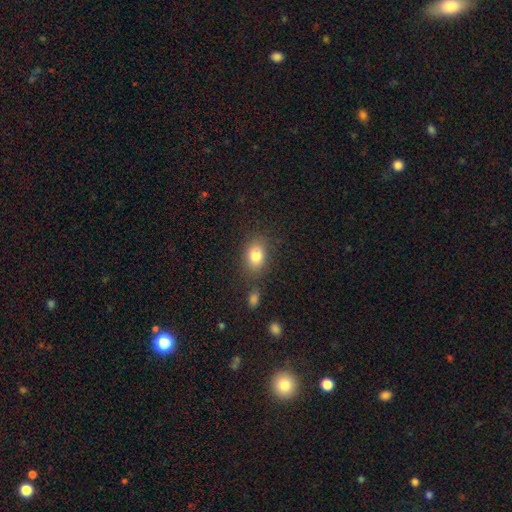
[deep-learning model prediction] Smooth or featured: smooth — 82% (star or artifact — 10%)
How rounded: in between — 72% (round — 27%)
Merging: none — 77% (minor disturbance — 13%)